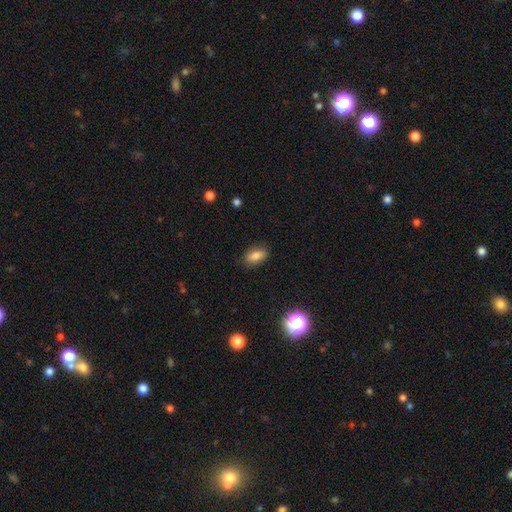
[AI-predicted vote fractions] Smooth or featured? smooth (82%)
How rounded? in between (88%)
Merging? none (84%)